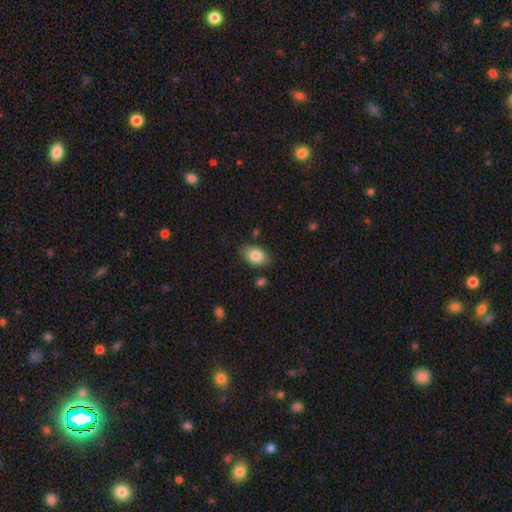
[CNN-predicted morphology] smooth_or_featured: smooth (p=0.83) [alt: featured or disk p=0.10]
how_rounded: in between (p=0.84) [alt: round p=0.15]
merging: none (p=0.78) [alt: minor disturbance p=0.16]